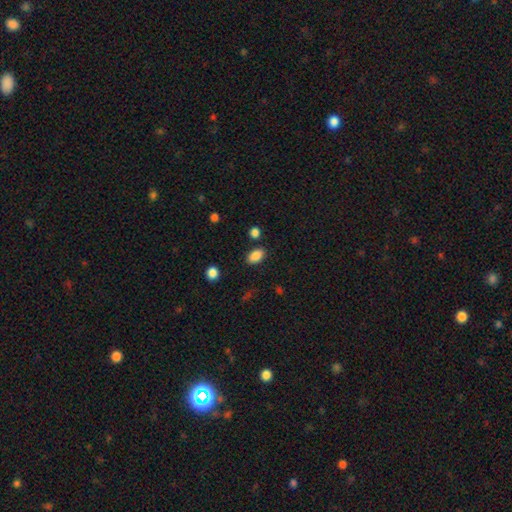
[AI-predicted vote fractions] smooth 87%, star or artifact 9%, featured or disk 4%. Down the decision tree: how rounded — in between (87%); merging — none (82%).